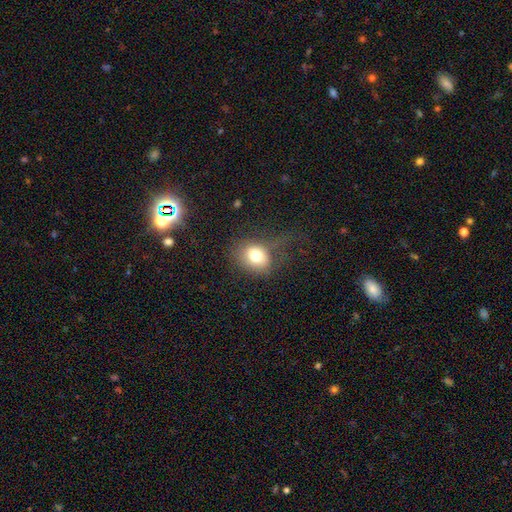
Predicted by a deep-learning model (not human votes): smooth 75%, featured or disk 14%, star or artifact 11%. Down the decision tree: how rounded — round (51%); merging — none (53%).